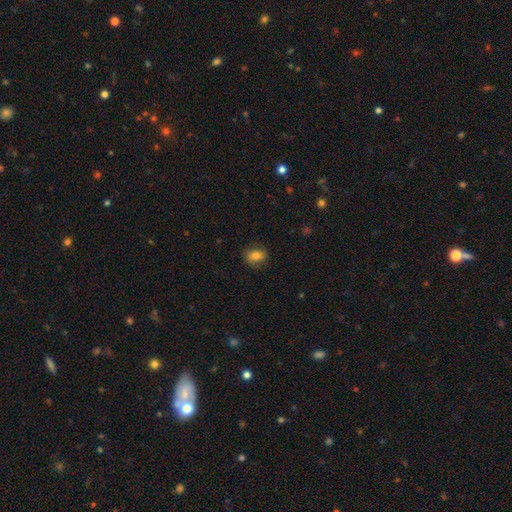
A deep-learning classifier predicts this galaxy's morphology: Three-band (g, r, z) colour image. It shows a smooth galaxy with no disk features (76%) that is in between round and cigar-shaped (65%). Merging: none (80%).